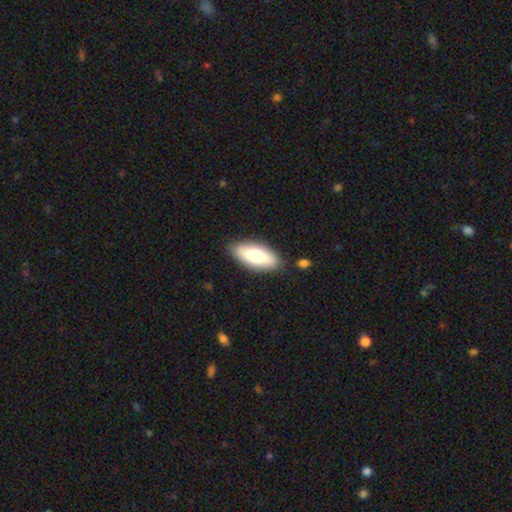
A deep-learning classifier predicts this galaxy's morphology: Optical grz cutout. It shows a smooth galaxy with no disk features (69%) that is in between round and cigar-shaped (78%). Merging: none (85%).